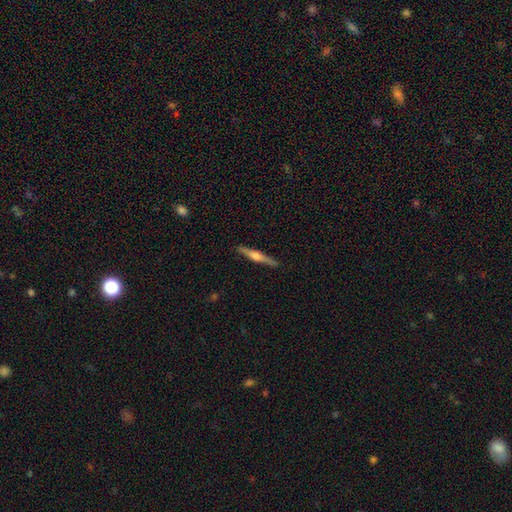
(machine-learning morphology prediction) This appears to be a featured or disk galaxy (68%) viewed edge-on (98%) with a rounded central bulge (83%). Merging: none (91%).